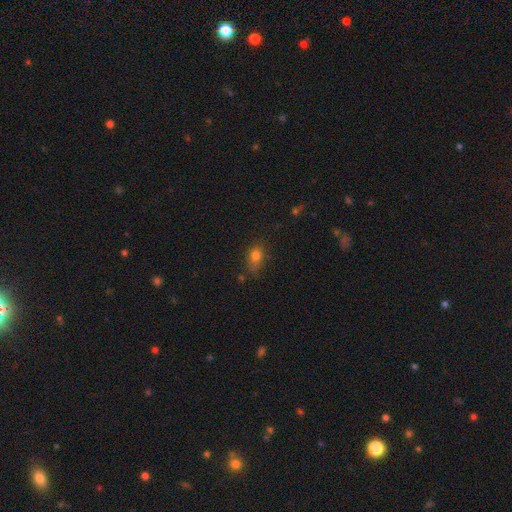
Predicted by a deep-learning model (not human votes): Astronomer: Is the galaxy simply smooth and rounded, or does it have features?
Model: smooth — 76%.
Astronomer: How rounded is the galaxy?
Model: in between — 69%.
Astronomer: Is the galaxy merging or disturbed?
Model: none — 59%.